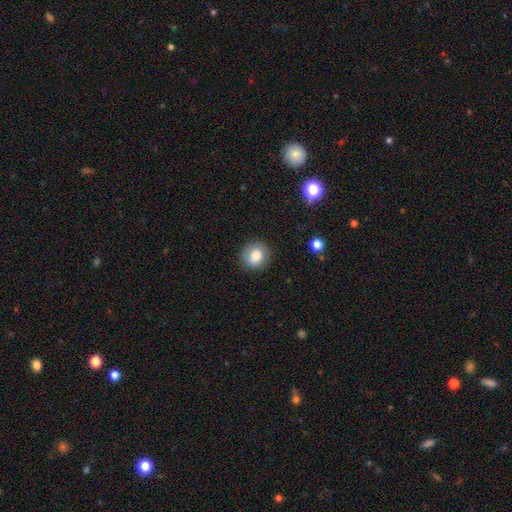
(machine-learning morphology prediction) Smooth or featured: smooth — 81% (featured or disk — 10%)
How rounded: round — 82% (in between — 18%)
Merging: none — 87% (minor disturbance — 9%)